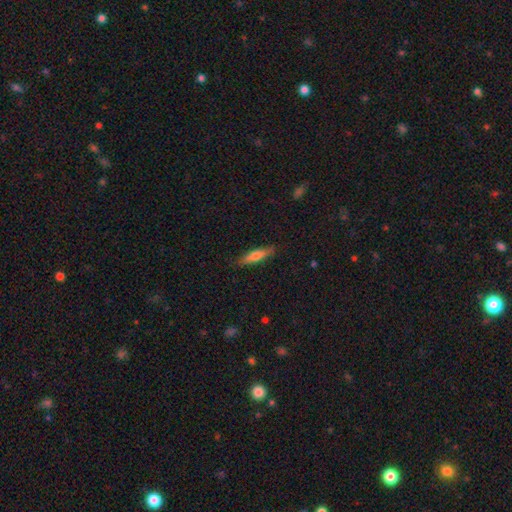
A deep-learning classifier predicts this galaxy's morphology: A smooth galaxy with no disk features (63%) that is cigar-shaped (73%). Merging: none (85%).